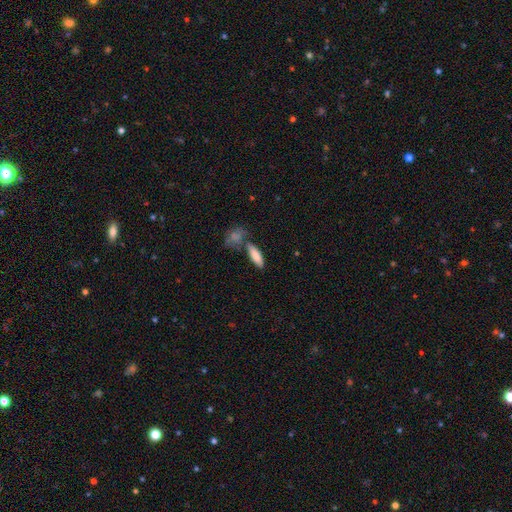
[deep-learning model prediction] Smooth or featured: smooth — 81% (featured or disk — 13%)
How rounded: in between — 54% (cigar-shaped — 44%)
Merging: none — 62% (merger — 19%)